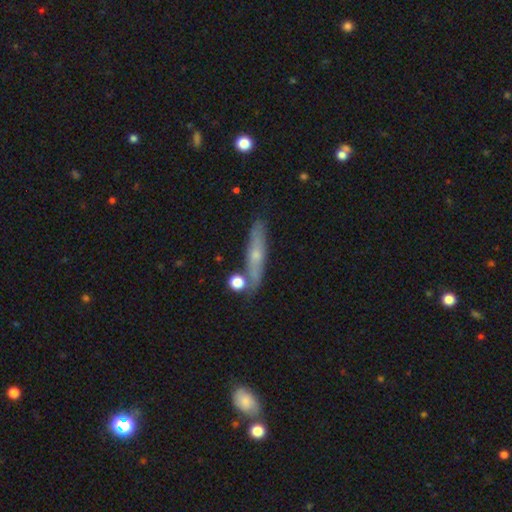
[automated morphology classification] Smooth or featured: featured or disk — 49% (smooth — 43%)
Merging: none — 78% (minor disturbance — 13%)